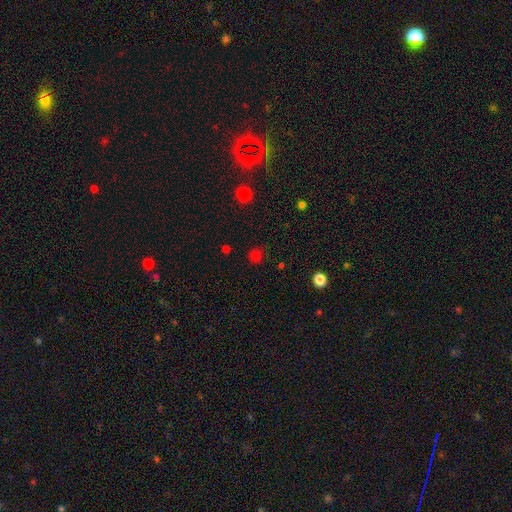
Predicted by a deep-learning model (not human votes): A smooth galaxy with no disk features (70%) that is round (87%).

Vote fractions:
- Smooth or featured? smooth: 70% / star or artifact: 25% / featured or disk: 5%
- How rounded? round: 87% / in between: 12% / cigar-shaped: 1%
- Merging? none: 81% / minor disturbance: 12% / major disturbance: 5% / merger: 2%